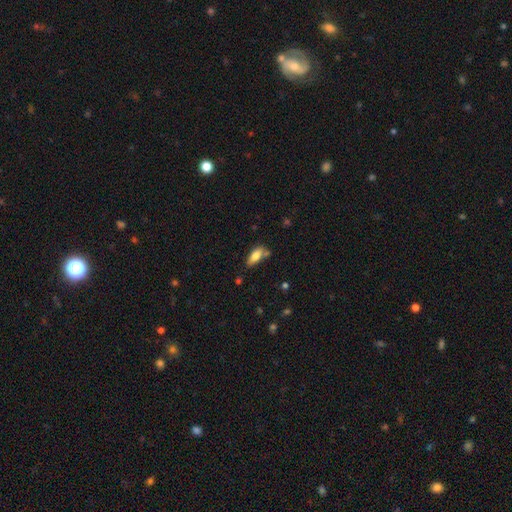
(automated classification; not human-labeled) The model was most divided on "merging": none: 57%, minor disturbance: 25%, merger: 12%, major disturbance: 6%. More confident: how rounded — in between (80%); smooth or featured — smooth (79%).